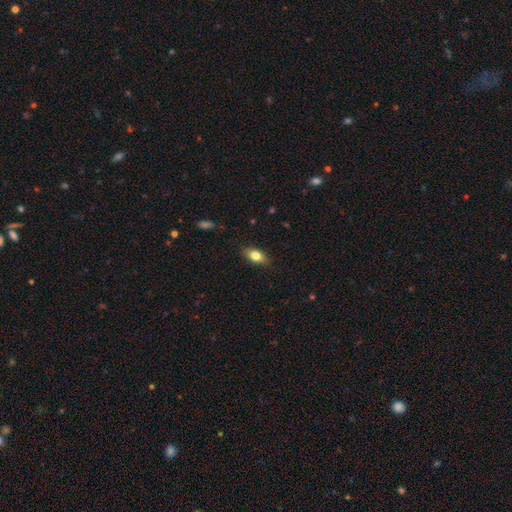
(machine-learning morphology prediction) Smooth or featured: smooth — 78% (featured or disk — 14%)
How rounded: in between — 86% (cigar-shaped — 8%)
Merging: none — 84% (minor disturbance — 13%)